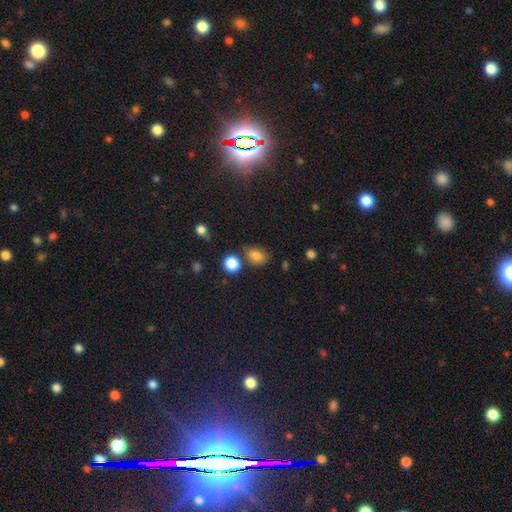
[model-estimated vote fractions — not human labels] Smooth or featured?
  - smooth: 81% *
  - star or artifact: 13%
  - featured or disk: 6%
How rounded?
  - in between: 64% *
  - round: 34%
  - cigar-shaped: 1%
Merging?
  - none: 70% *
  - minor disturbance: 16%
  - merger: 10%
  - major disturbance: 4%